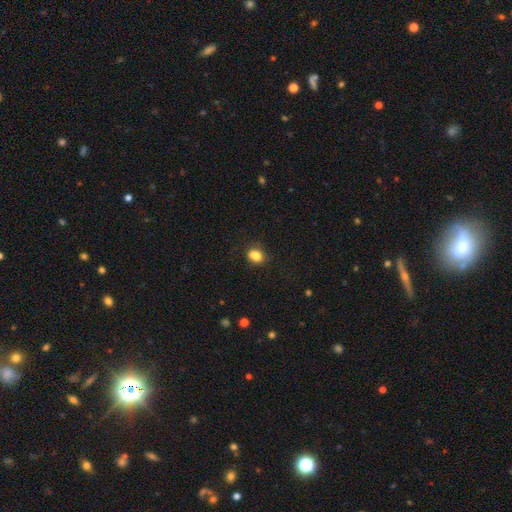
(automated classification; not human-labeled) smooth-or-featured: smooth: 83% | star or artifact: 10% | featured or disk: 6%
  how-rounded: in between: 62% | round: 36% | cigar-shaped: 1%
  merging: none: 70% | minor disturbance: 20% | major disturbance: 5% | merger: 5%